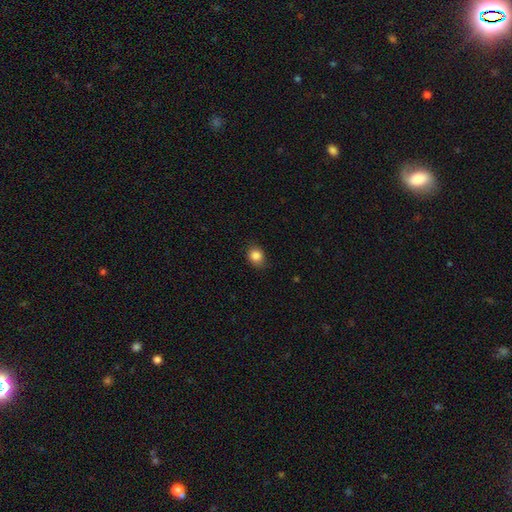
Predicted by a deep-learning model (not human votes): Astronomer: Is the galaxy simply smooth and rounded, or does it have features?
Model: smooth — 86%.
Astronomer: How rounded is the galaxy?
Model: round — 63%.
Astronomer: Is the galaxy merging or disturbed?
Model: none — 77%.